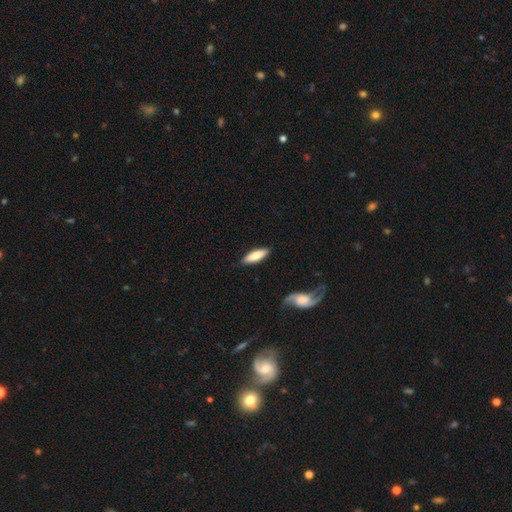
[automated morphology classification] The model was most divided on "how rounded": in between: 51%, cigar-shaped: 48%, round: 2%. More confident: merging — none (84%); smooth or featured — smooth (76%).